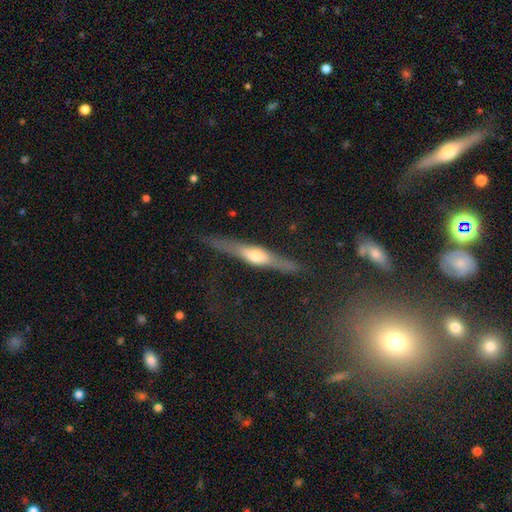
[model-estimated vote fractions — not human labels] A featured or disk galaxy (68%) viewed edge-on (93%) with a rounded central bulge (83%). Merging: none (80%).